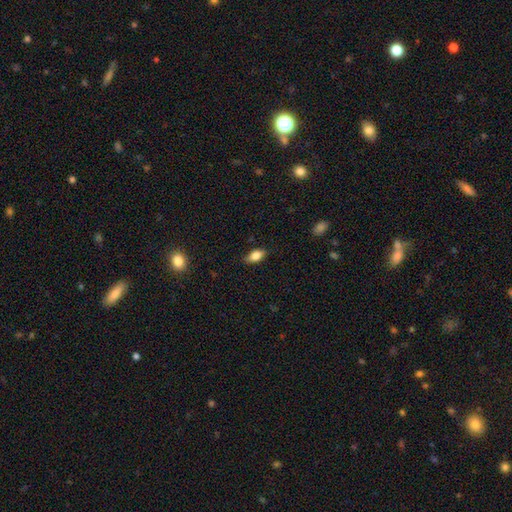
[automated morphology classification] smooth_or_featured: smooth (p=0.83) [alt: featured or disk p=0.09]
how_rounded: in between (p=0.88) [alt: cigar-shaped p=0.07]
merging: none (p=0.83) [alt: minor disturbance p=0.13]